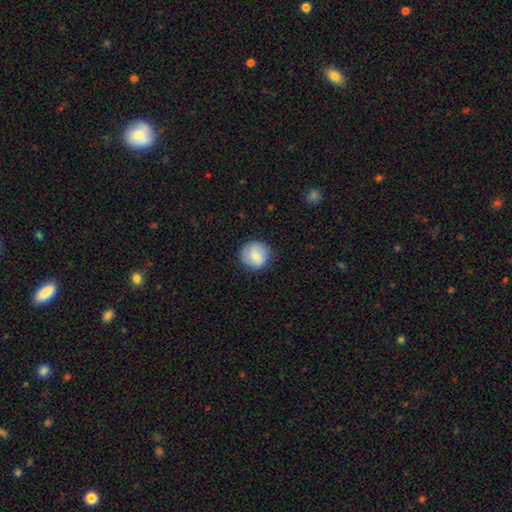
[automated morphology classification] A smooth galaxy with no disk features (73%) that is round (92%).

Vote fractions:
- Smooth or featured? smooth: 73% / featured or disk: 21% / star or artifact: 7%
- How rounded? round: 92% / in between: 7% / cigar-shaped: 1%
- Merging? none: 82% / minor disturbance: 14% / major disturbance: 3% / merger: 1%